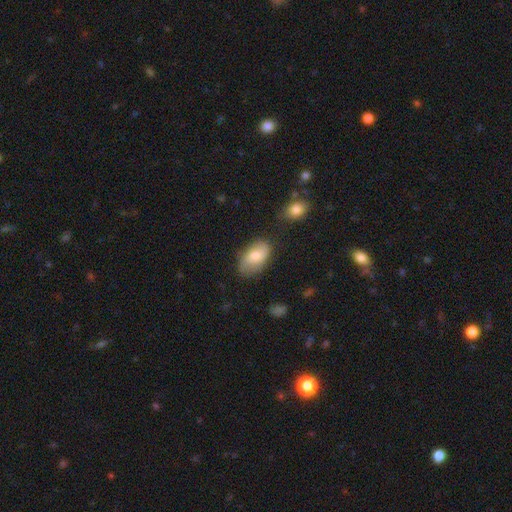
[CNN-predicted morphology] Smooth or featured? Predicted: smooth (p=0.78). How rounded? Predicted: in between (p=0.94). Merging? Predicted: none (p=0.68).